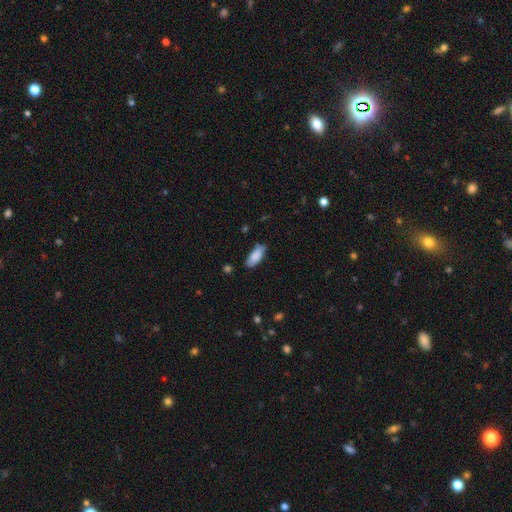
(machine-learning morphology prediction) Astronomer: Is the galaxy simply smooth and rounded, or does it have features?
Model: smooth — 87%.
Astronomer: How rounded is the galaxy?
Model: in between — 80%.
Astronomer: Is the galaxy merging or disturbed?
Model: none — 78%.